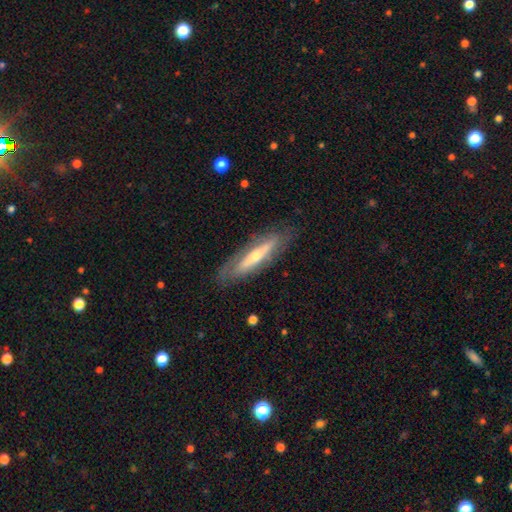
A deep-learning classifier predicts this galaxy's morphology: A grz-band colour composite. It shows a featured or disk galaxy (63%) viewed edge-on (58%). Merging: none (81%).